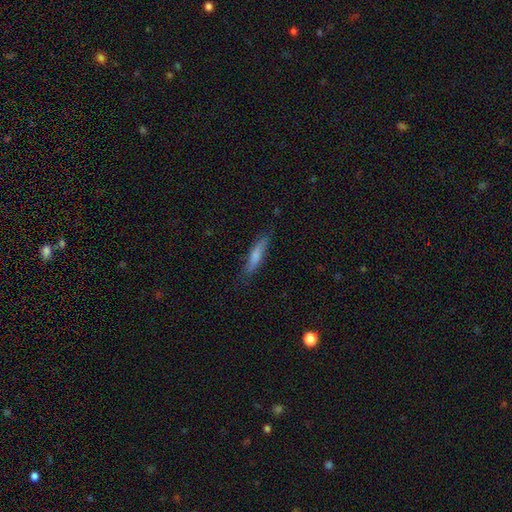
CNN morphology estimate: Q: Smooth or featured?
A: smooth (69%); runner-up: featured or disk (25%)
Q: How rounded?
A: cigar-shaped (82%); runner-up: in between (17%)
Q: Merging?
A: none (78%); runner-up: minor disturbance (18%)